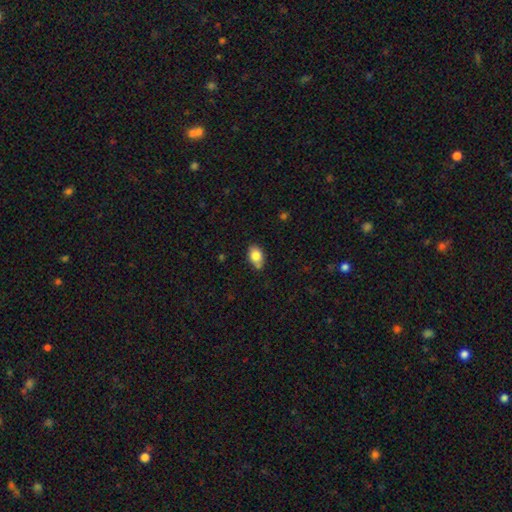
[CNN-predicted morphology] Smooth or featured?
  - smooth: 81% *
  - featured or disk: 10%
  - star or artifact: 8%
How rounded?
  - in between: 82% *
  - round: 17%
  - cigar-shaped: 2%
Merging?
  - none: 69% *
  - minor disturbance: 22%
  - merger: 6%
  - major disturbance: 3%